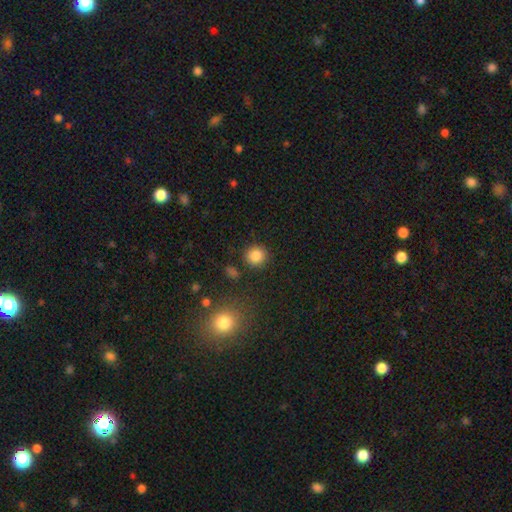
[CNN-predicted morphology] Smooth or featured? Predicted: smooth (p=0.85). How rounded? Predicted: round (p=0.91). Merging? Predicted: none (p=0.87).